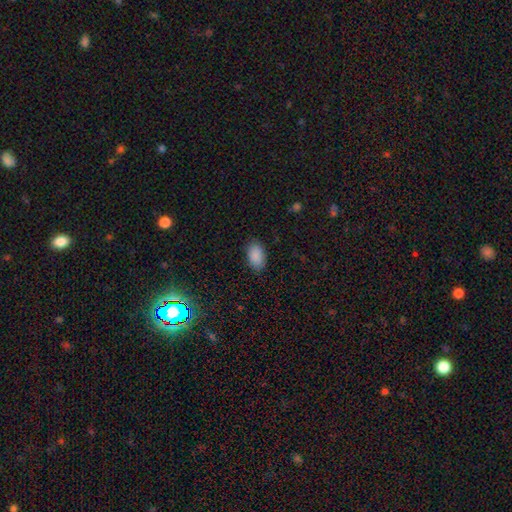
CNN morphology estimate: type=smooth (89%); roundness=in between (92%); merging=none (86%).